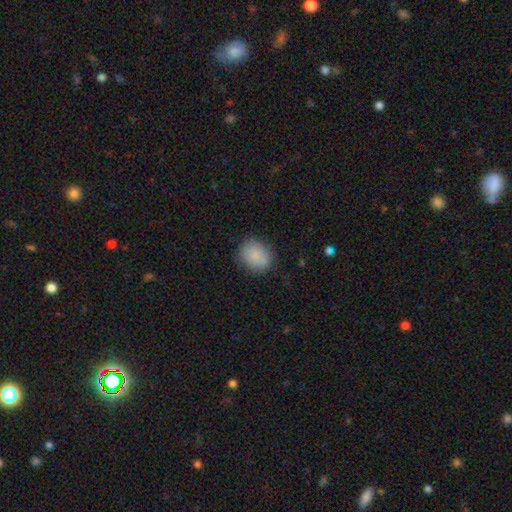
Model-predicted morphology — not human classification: A smooth galaxy with no disk features (86%) that is round (60%). Merging: none (81%).